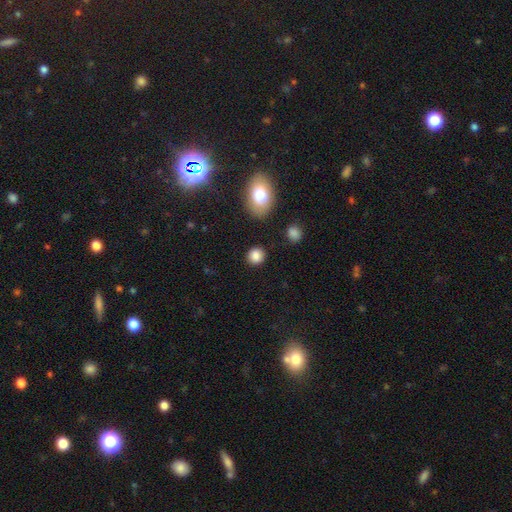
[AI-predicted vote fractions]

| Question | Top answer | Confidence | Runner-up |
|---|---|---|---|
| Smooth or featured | smooth | 85% | star or artifact (10%) |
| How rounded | round | 84% | in between (15%) |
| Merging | none | 88% | minor disturbance (8%) |